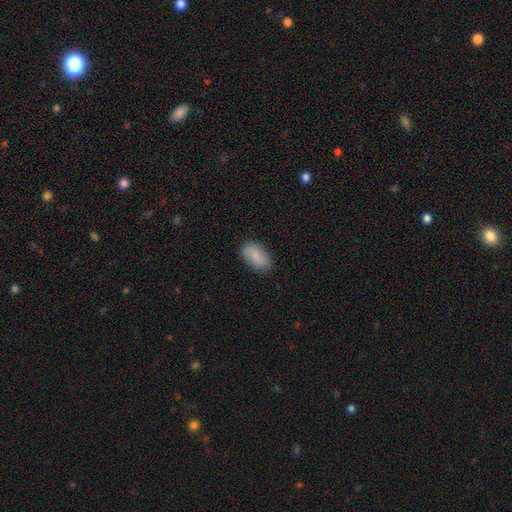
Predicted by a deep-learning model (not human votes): Overall: smooth (83%). How rounded: in between (93%). Merging: none (83%).